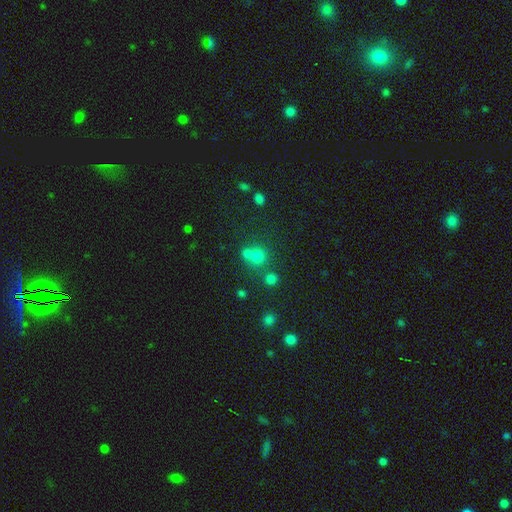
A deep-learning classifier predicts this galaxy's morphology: Smooth or featured? smooth (69%)
How rounded? round (85%)
Merging? none (48%)